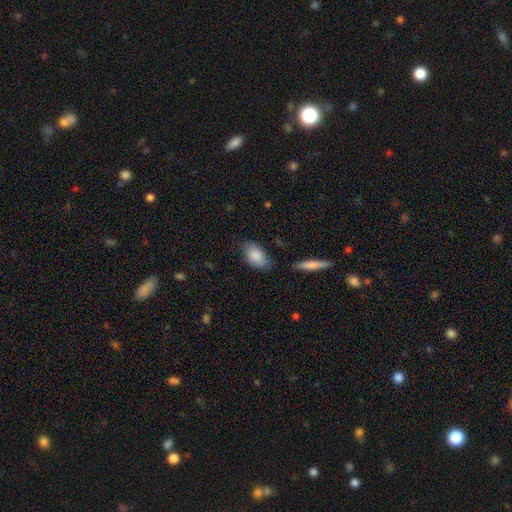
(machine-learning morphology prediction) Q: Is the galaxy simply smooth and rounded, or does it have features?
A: smooth — 86%.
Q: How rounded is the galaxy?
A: in between — 92%.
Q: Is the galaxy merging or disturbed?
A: none — 70%.